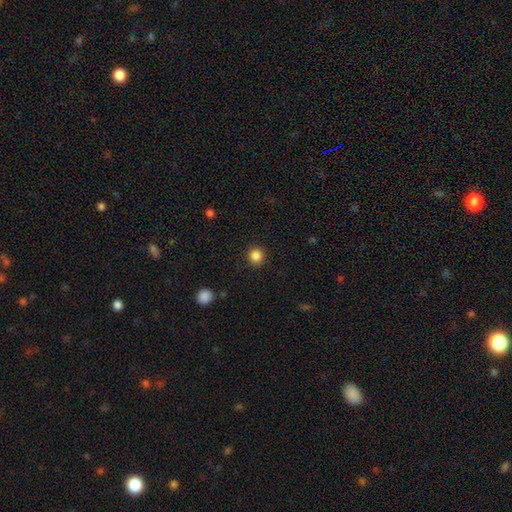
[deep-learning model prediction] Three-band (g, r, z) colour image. It shows a smooth galaxy with no disk features (85%) that is round (91%). Merging: none (89%).